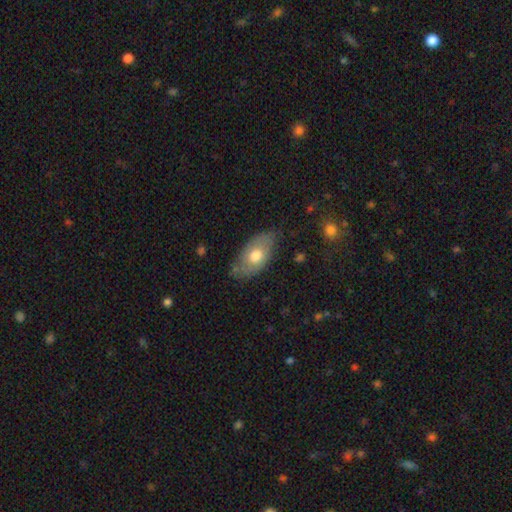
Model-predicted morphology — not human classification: Q: Smooth or featured?
A: smooth (63%); runner-up: featured or disk (31%)
Q: How rounded?
A: in between (91%); runner-up: round (5%)
Q: Merging?
A: none (66%); runner-up: minor disturbance (26%)